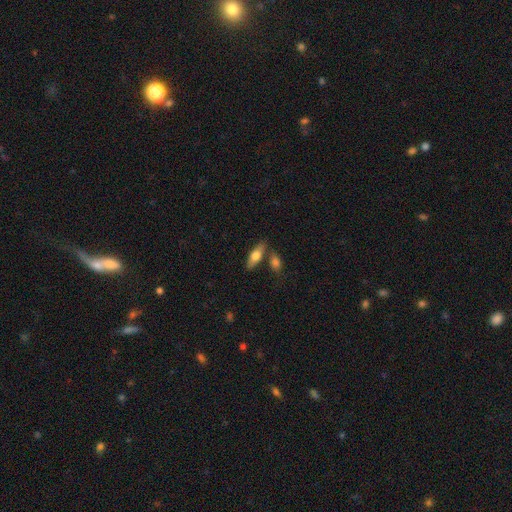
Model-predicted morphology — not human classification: Smooth or featured?
  - smooth: 67% *
  - featured or disk: 27%
  - star or artifact: 6%
How rounded?
  - in between: 63% *
  - cigar-shaped: 34%
  - round: 3%
Merging?
  - none: 70% *
  - merger: 15%
  - minor disturbance: 12%
  - major disturbance: 3%